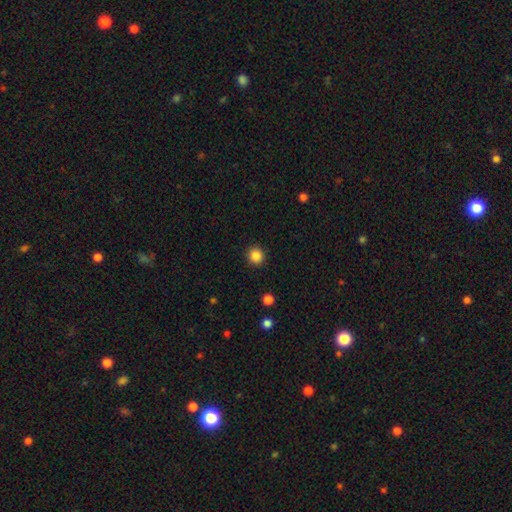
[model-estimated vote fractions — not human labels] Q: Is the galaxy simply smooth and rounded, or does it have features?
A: smooth — 86%.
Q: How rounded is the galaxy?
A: round — 92%.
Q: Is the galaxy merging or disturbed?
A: none — 92%.